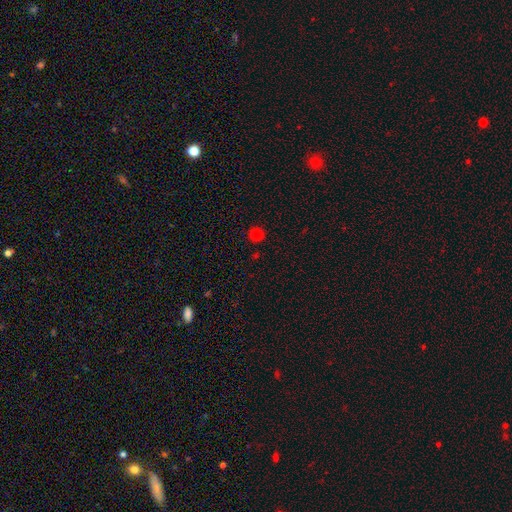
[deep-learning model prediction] Smooth or featured: smooth — 75% (star or artifact — 20%)
How rounded: round — 93% (in between — 6%)
Merging: none — 91% (minor disturbance — 5%)